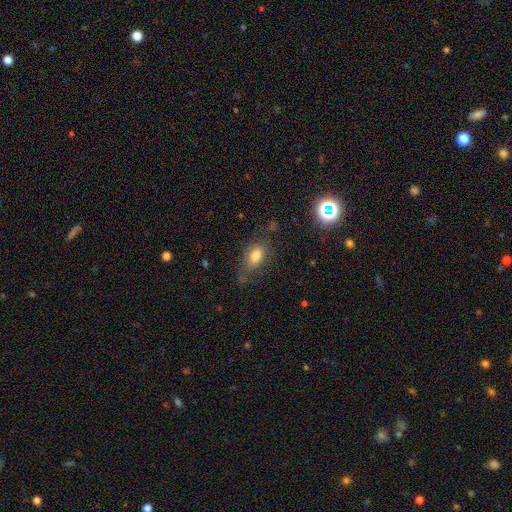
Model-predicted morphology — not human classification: type=smooth (72%); roundness=in between (84%); merging=none (60%).